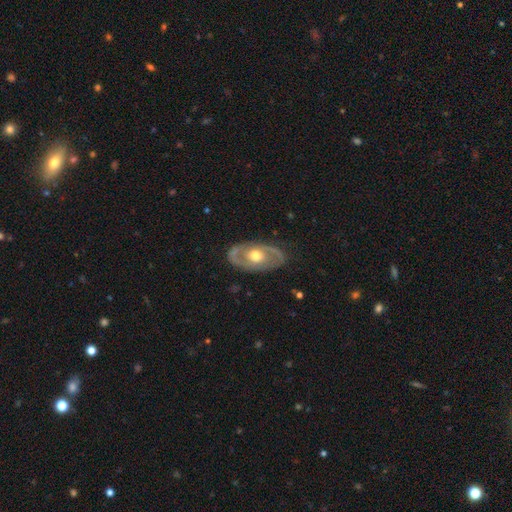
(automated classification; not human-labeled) Smooth or featured? Predicted: featured or disk (p=0.78). Edge-on disk? Predicted: no (p=0.92). Bar? Predicted: no (p=0.76). Spiral arms? Predicted: yes (p=0.65). Bulge size? Predicted: moderate (p=0.75). Merging? Predicted: none (p=0.84).